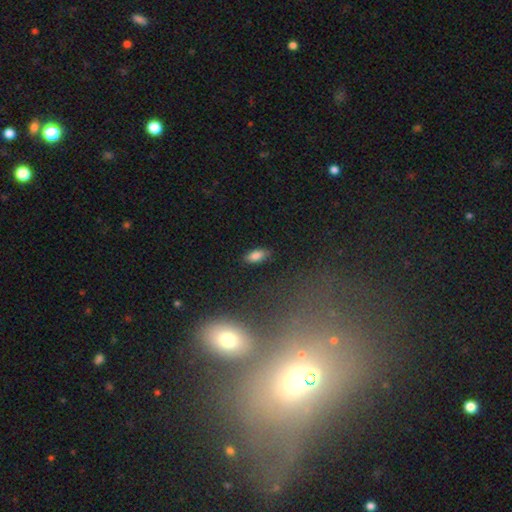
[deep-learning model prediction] smooth-or-featured: smooth: 83% | star or artifact: 10% | featured or disk: 7%
  how-rounded: in between: 89% | cigar-shaped: 9% | round: 3%
  merging: none: 84% | minor disturbance: 12% | major disturbance: 2% | merger: 1%